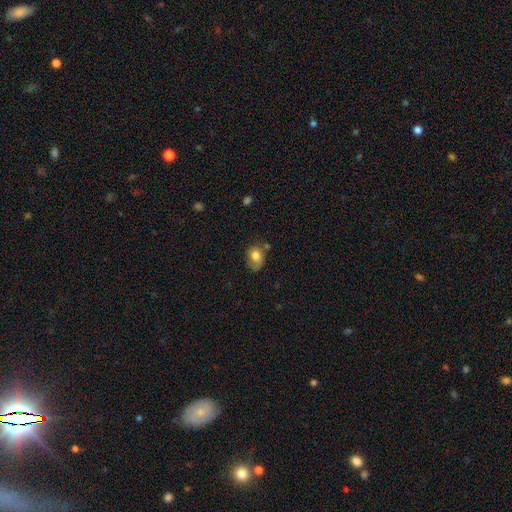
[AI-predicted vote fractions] A smooth galaxy with no disk features (77%) that is in between round and cigar-shaped (61%).

Vote fractions:
- Smooth or featured? smooth: 77% / featured or disk: 14% / star or artifact: 9%
- How rounded? in between: 61% / round: 37% / cigar-shaped: 1%
- Merging? none: 50% / minor disturbance: 31% / major disturbance: 11% / merger: 8%